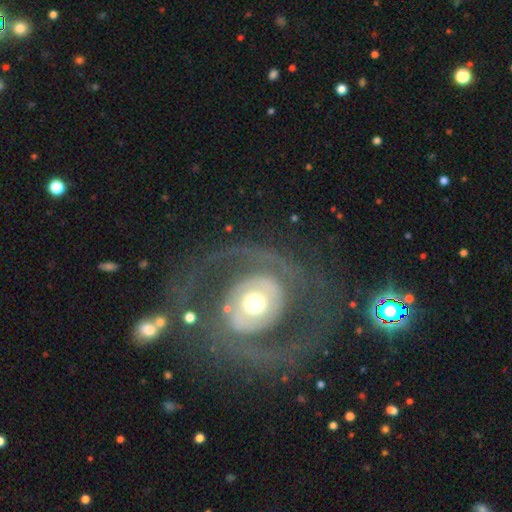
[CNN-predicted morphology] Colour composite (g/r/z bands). It shows a featured or disk galaxy (79%) with no bar (61%), 2 (77%) medium (42%) spiral arms (72%) and a moderate central bulge (60%). Merging: none (71%).